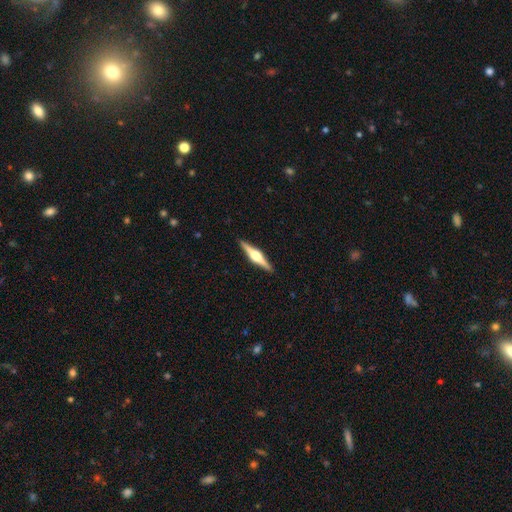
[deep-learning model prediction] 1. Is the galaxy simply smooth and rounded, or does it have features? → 81% featured or disk, 15% smooth, 5% star or artifact.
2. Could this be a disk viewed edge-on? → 98% yes, 2% no.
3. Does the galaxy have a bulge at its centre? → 94% rounded, 4% boxy, 1% none.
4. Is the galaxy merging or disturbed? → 92% none, 6% minor disturbance, 1% major disturbance, 1% merger.